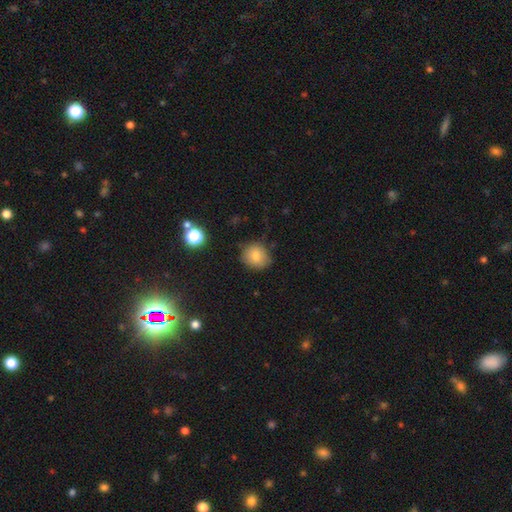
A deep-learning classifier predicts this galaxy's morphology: A smooth galaxy with no disk features (80%) that is round (83%).

Vote fractions:
- Smooth or featured? smooth: 80% / star or artifact: 11% / featured or disk: 10%
- How rounded? round: 83% / in between: 16% / cigar-shaped: 1%
- Merging? none: 79% / minor disturbance: 16% / major disturbance: 3% / merger: 2%